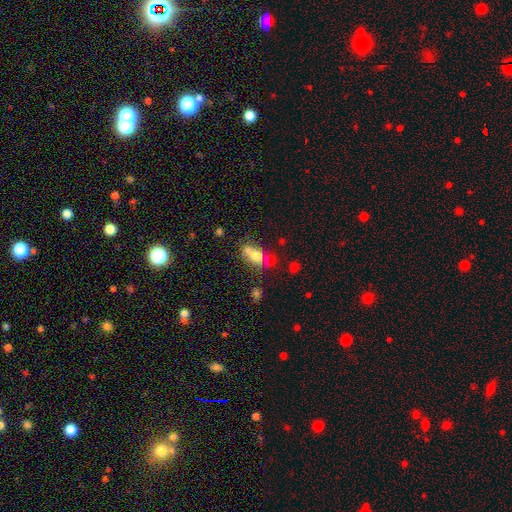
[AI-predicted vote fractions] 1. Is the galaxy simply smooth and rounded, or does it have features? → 65% smooth, 22% featured or disk, 14% star or artifact.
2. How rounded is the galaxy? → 51% in between, 46% round, 3% cigar-shaped.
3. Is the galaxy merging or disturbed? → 44% merger, 37% none, 13% minor disturbance, 6% major disturbance.